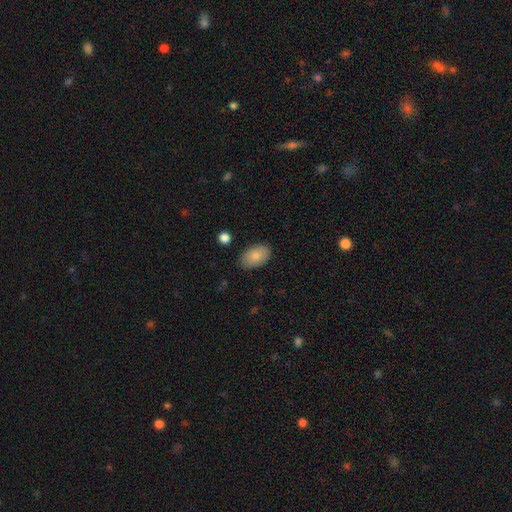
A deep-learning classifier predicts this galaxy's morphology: This appears to be a smooth galaxy with no disk features (81%) that is in between round and cigar-shaped (91%). Merging: none (84%).